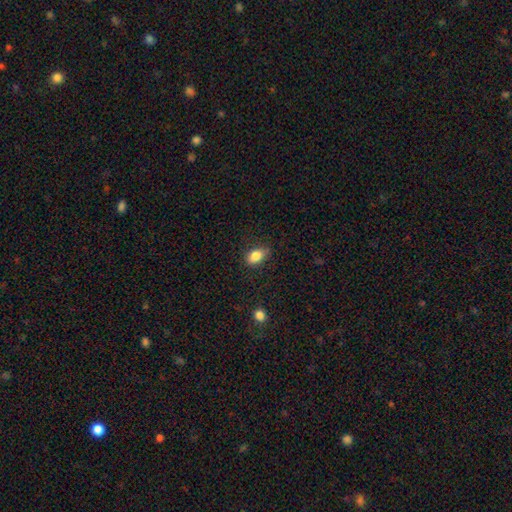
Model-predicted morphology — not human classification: Smooth or featured? Predicted: smooth (p=0.84). How rounded? Predicted: in between (p=0.85). Merging? Predicted: none (p=0.79).